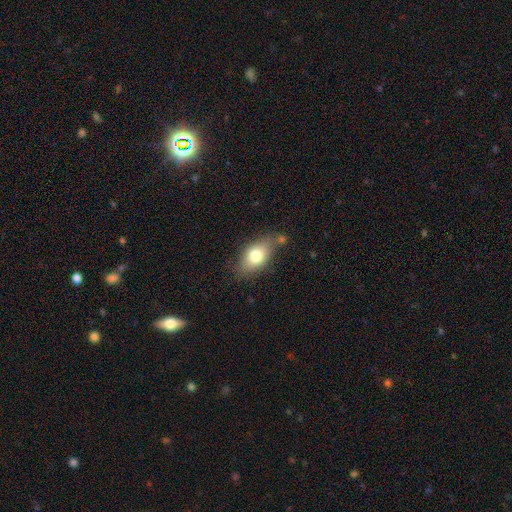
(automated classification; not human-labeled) A smooth galaxy with no disk features (75%) that is in between round and cigar-shaped (86%). Merging: none (65%).